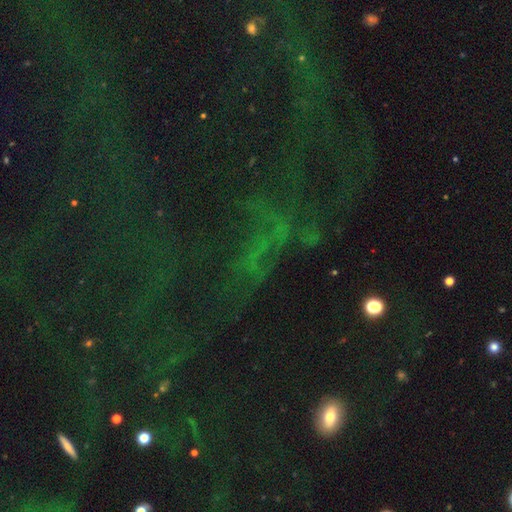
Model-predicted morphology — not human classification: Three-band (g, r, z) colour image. It shows a star or artifact, not a galaxy (62%).